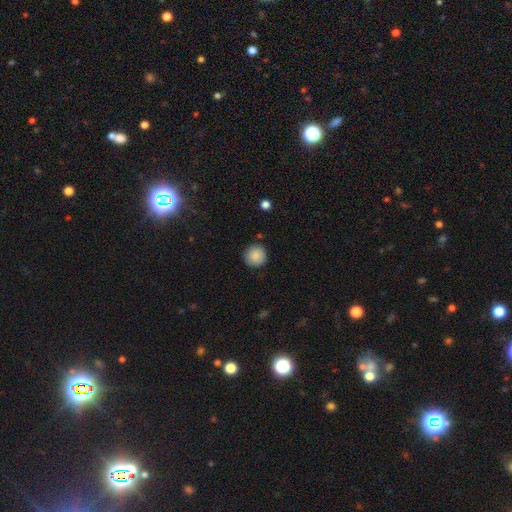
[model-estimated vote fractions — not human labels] A smooth galaxy with no disk features (88%) that is round (94%). Merging: none (89%).